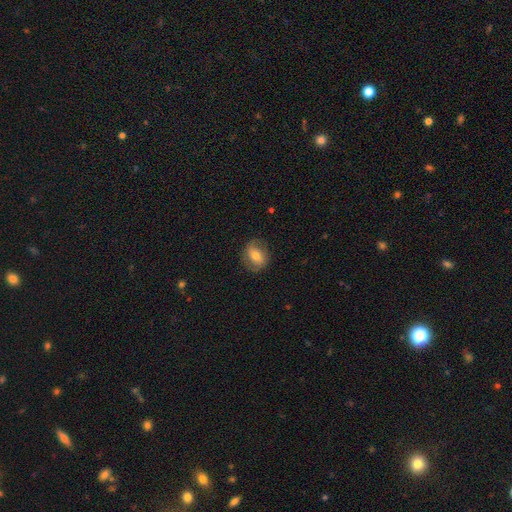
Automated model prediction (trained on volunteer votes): Smooth or featured?
  - smooth: 54% *
  - featured or disk: 37%
  - star or artifact: 8%
How rounded?
  - round: 51% *
  - in between: 48%
  - cigar-shaped: 2%
Merging?
  - none: 78% *
  - minor disturbance: 16%
  - major disturbance: 5%
  - merger: 1%